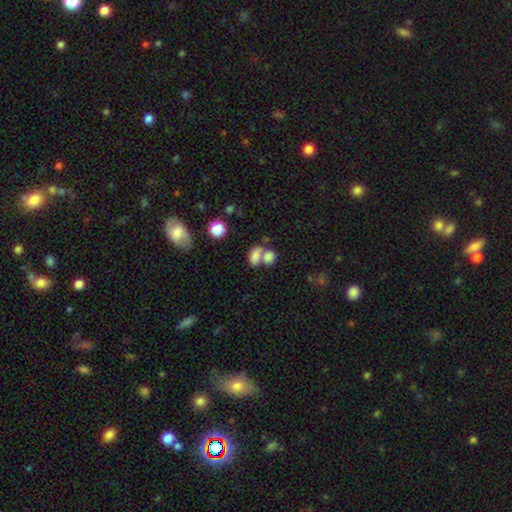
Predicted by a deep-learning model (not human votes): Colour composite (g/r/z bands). It shows a smooth galaxy with no disk features (78%) that is in between round and cigar-shaped (76%). Merging: merger (61%).